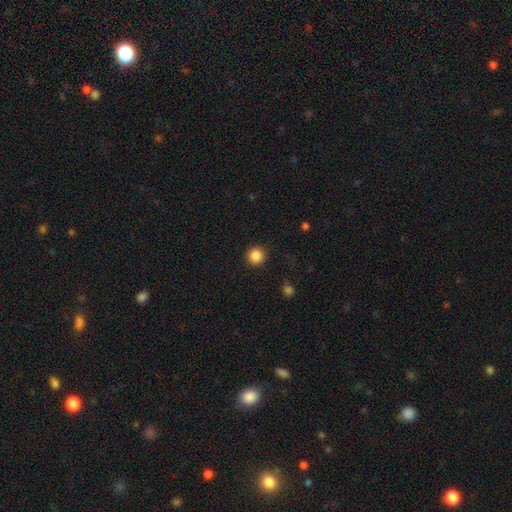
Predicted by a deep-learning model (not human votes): Smooth or featured? smooth (86%)
How rounded? round (95%)
Merging? none (90%)